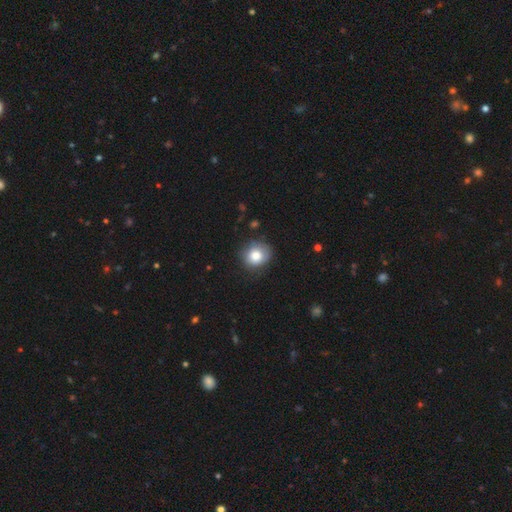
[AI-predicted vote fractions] A smooth galaxy with no disk features (80%) that is round (82%).

Vote fractions:
- Smooth or featured? smooth: 80% / featured or disk: 11% / star or artifact: 9%
- How rounded? round: 82% / in between: 18% / cigar-shaped: 1%
- Merging? none: 74% / minor disturbance: 20% / major disturbance: 5% / merger: 2%